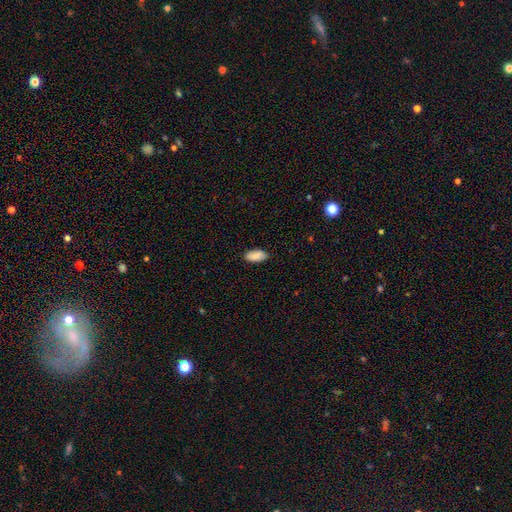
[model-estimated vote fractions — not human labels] A smooth galaxy with no disk features (89%) that is in between round and cigar-shaped (91%).

Vote fractions:
- Smooth or featured? smooth: 89% / star or artifact: 6% / featured or disk: 4%
- How rounded? in between: 91% / cigar-shaped: 7% / round: 2%
- Merging? none: 88% / minor disturbance: 9% / major disturbance: 2% / merger: 1%